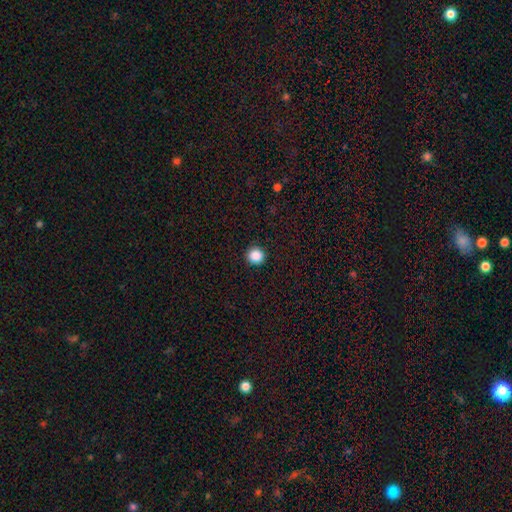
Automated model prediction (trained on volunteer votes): Morphology: type=smooth (88%); roundness=round (93%); merging=none (92%).